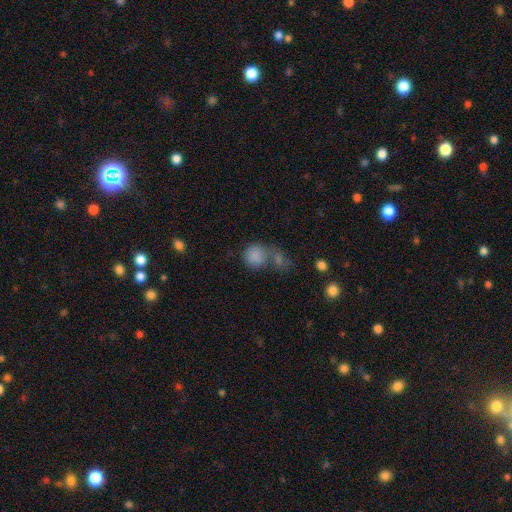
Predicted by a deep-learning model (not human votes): smooth-or-featured: smooth: 82% | star or artifact: 10% | featured or disk: 7%
  how-rounded: round: 75% | in between: 24% | cigar-shaped: 1%
  merging: merger: 49% | none: 32% | minor disturbance: 11% | major disturbance: 9%